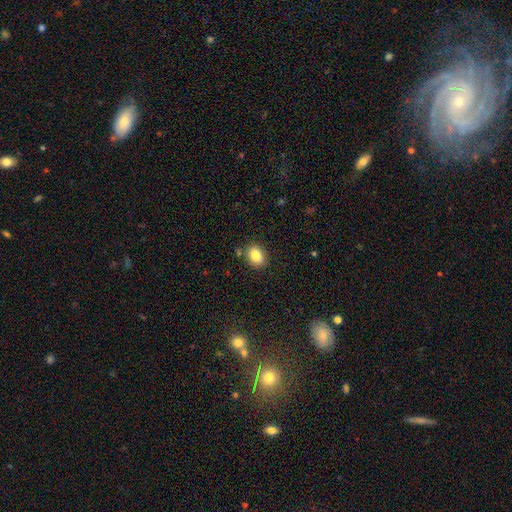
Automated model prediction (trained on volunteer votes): This is clearly a smooth galaxy (83%). How rounded: likely in between (68%). Merging: clearly none (83%).